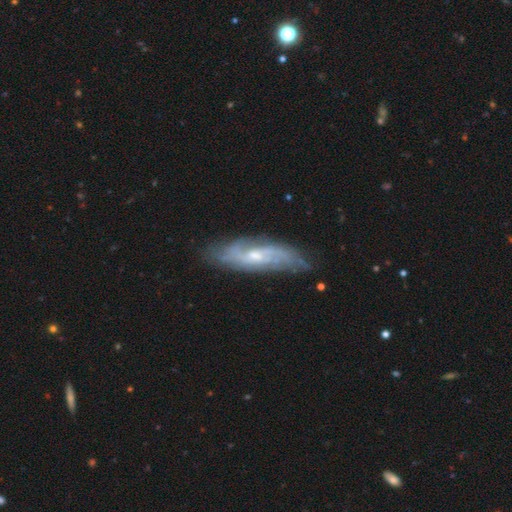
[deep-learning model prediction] Morphology: type=featured or disk (75%); edge-on=no (76%); bar=no (50%); spiral arms=yes (88%); bulge=small (51%); merging=none (73%).